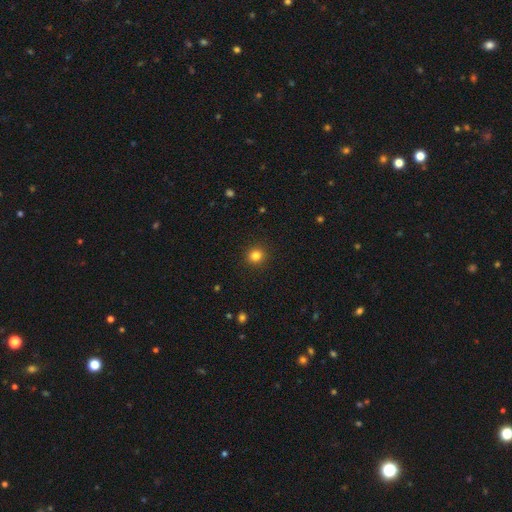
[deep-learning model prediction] Smooth or featured? smooth (84%)
How rounded? round (88%)
Merging? none (92%)